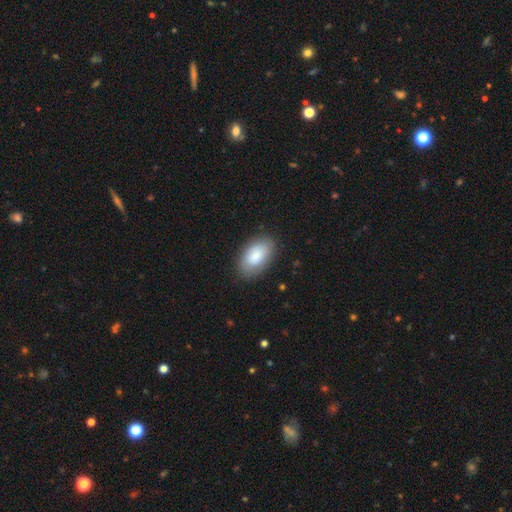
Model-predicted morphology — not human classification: Smooth or featured? smooth (83%)
How rounded? in between (94%)
Merging? none (84%)